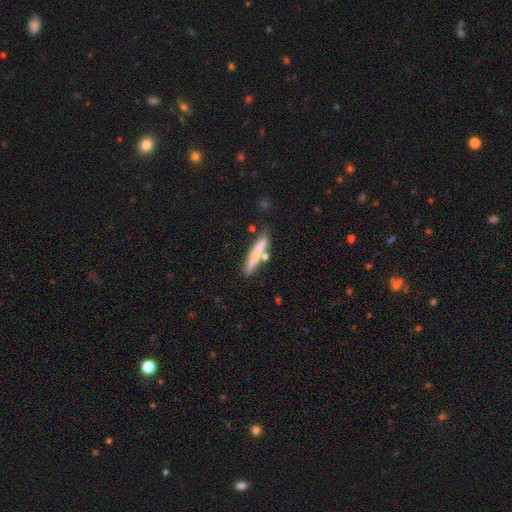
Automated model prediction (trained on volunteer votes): A smooth galaxy with no disk features (70%) that is cigar-shaped (92%).

Vote fractions:
- Smooth or featured? smooth: 70% / featured or disk: 24% / star or artifact: 7%
- How rounded? cigar-shaped: 92% / in between: 6% / round: 2%
- Merging? none: 72% / minor disturbance: 13% / merger: 11% / major disturbance: 3%